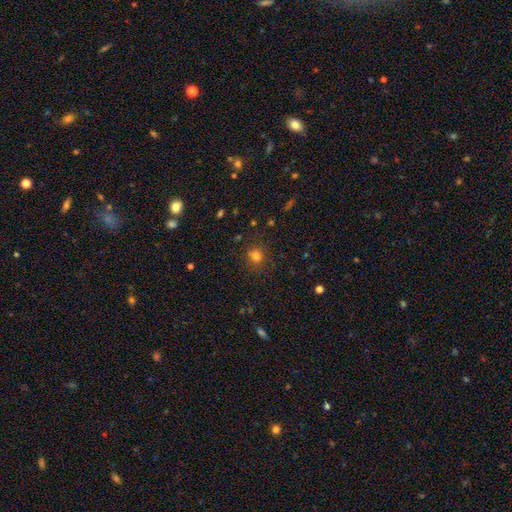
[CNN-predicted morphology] Smooth or featured? smooth (75%)
How rounded? round (78%)
Merging? none (77%)